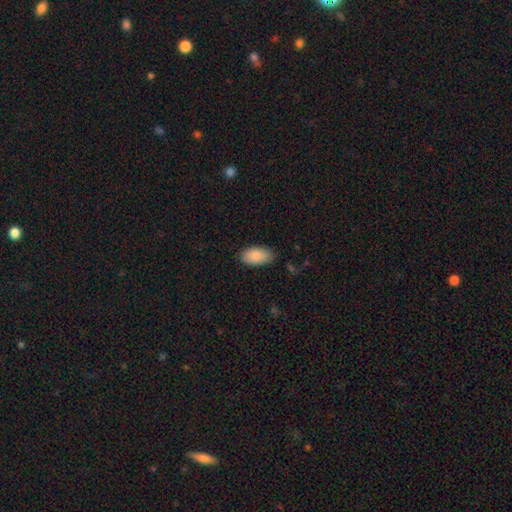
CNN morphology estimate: Smooth or featured? smooth (89%)
How rounded? in between (95%)
Merging? none (83%)